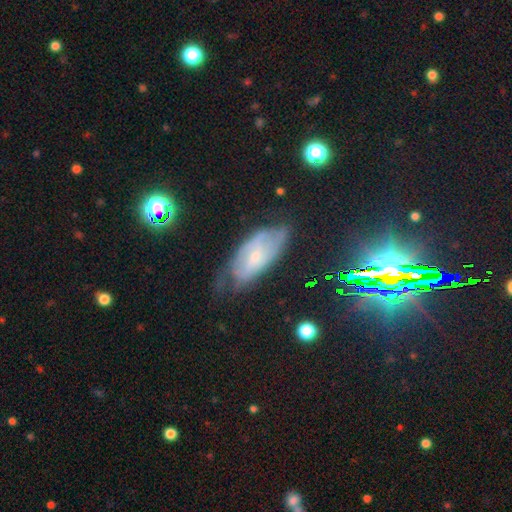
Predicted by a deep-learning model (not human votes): smooth-or-featured: featured or disk: 61% | smooth: 29% | star or artifact: 10%
  disk-edge-on: no: 87% | yes: 13%
    bar: no: 53% | weak: 37% | strong: 10%
    has-spiral-arms: yes: 71% | no: 29%
    bulge-size: small: 68% | moderate: 26% | none: 4% | large: 2% | dominant: 1%
  merging: none: 53% | minor disturbance: 32% | major disturbance: 13% | merger: 2%